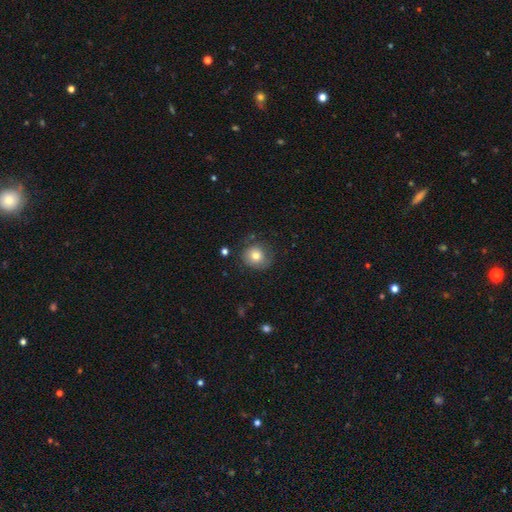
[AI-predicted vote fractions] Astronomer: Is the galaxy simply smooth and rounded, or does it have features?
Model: smooth — 75%.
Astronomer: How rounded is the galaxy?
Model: round — 86%.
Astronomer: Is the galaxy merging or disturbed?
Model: none — 72%.